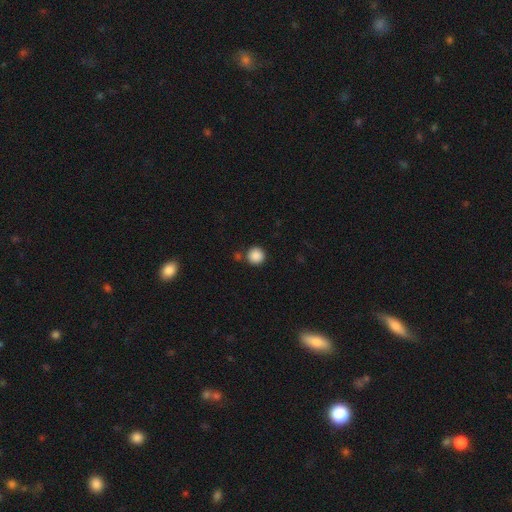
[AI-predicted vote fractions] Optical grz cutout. It shows a smooth galaxy with no disk features (88%) that is round (95%). Merging: none (81%).